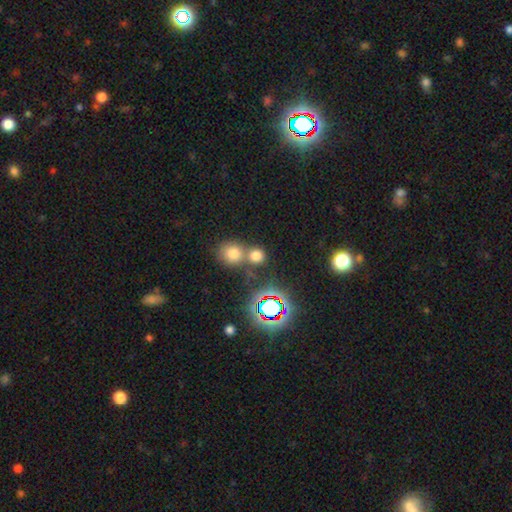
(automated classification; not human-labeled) This appears to be a smooth galaxy with no disk features (71%) that is round (84%). Merging: none (53%).